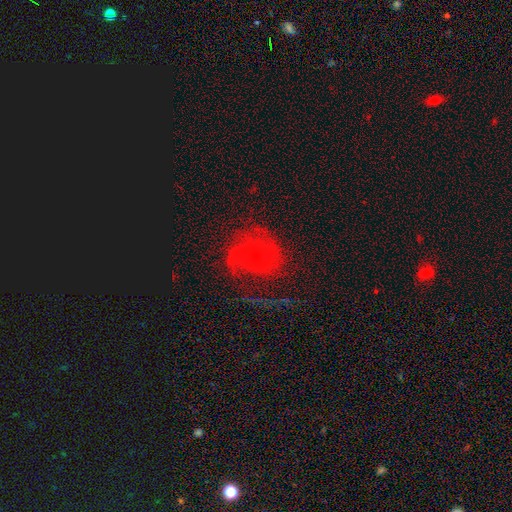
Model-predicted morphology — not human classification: Smooth or featured: featured or disk — 79% (smooth — 11%)
Edge-on disk: no — 98% (yes — 2%)
Bar: no — 70% (weak — 26%)
Spiral arms: yes — 94% (no — 6%)
Spiral winding: medium — 46% (tight — 30%)
Spiral arm count: 2 — 53% (can't tell — 15%)
Bulge size: small — 73% (moderate — 22%)
Merging: none — 59% (major disturbance — 21%)